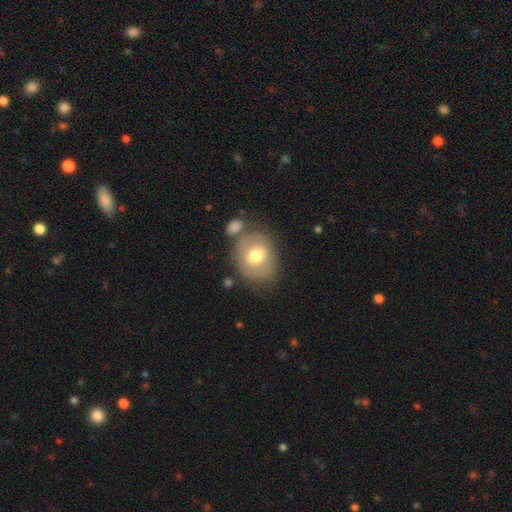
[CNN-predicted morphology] Smooth or featured?
  - smooth: 56% *
  - featured or disk: 34%
  - star or artifact: 10%
How rounded?
  - round: 57% *
  - in between: 42%
  - cigar-shaped: 1%
Merging?
  - none: 59% *
  - minor disturbance: 17%
  - merger: 17%
  - major disturbance: 6%